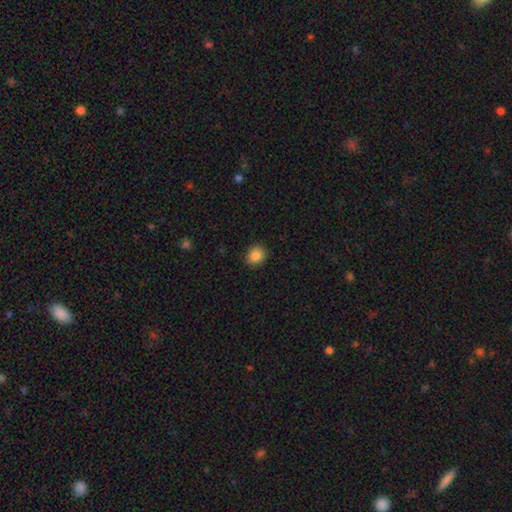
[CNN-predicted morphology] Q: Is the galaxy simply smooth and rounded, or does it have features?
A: smooth — 86%.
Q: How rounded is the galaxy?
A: round — 63%.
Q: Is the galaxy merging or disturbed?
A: none — 89%.